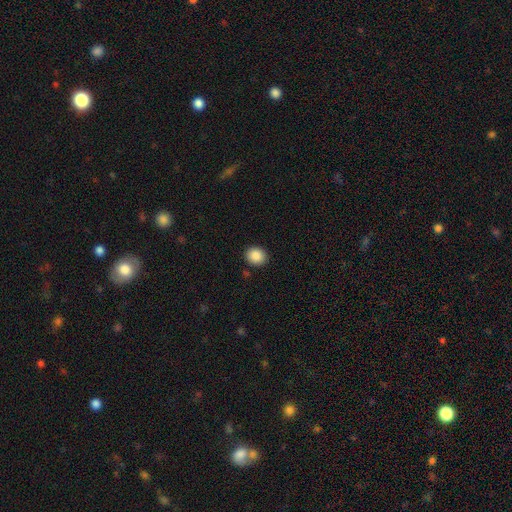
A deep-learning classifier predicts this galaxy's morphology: A smooth galaxy with no disk features (88%) that is round (76%).

Vote fractions:
- Smooth or featured? smooth: 88% / star or artifact: 8% / featured or disk: 3%
- How rounded? round: 76% / in between: 23% / cigar-shaped: 1%
- Merging? none: 90% / minor disturbance: 7% / major disturbance: 2% / merger: 1%